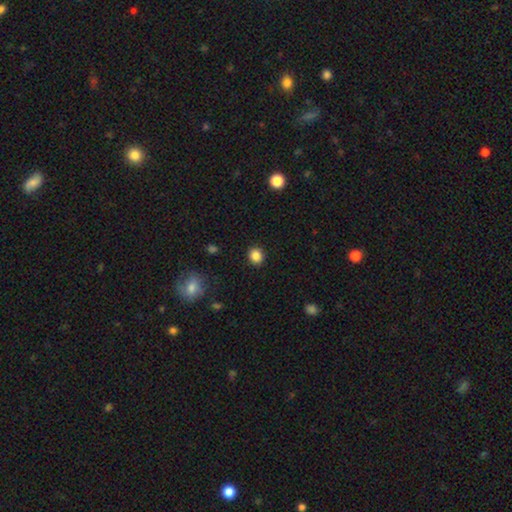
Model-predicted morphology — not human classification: This is clearly a smooth galaxy (86%). How rounded: likely round (76%). Merging: clearly none (91%).